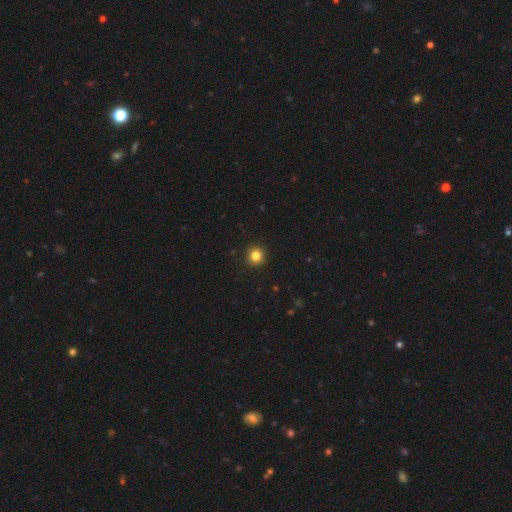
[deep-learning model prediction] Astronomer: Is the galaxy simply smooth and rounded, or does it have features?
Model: smooth — 83%.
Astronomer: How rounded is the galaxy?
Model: round — 93%.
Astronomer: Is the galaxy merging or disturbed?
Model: none — 92%.